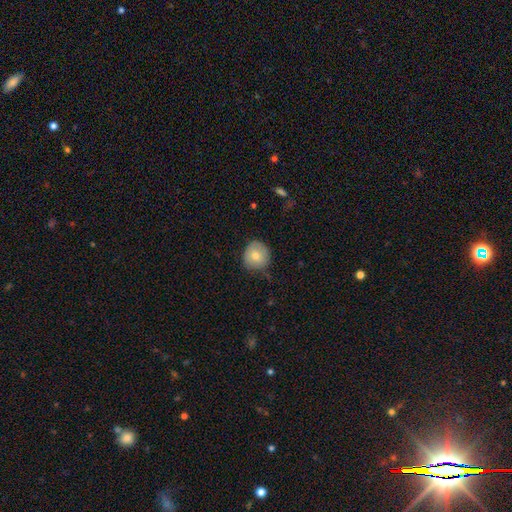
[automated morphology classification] Q: Smooth or featured?
A: smooth (76%); runner-up: featured or disk (16%)
Q: How rounded?
A: round (90%); runner-up: in between (9%)
Q: Merging?
A: none (69%); runner-up: minor disturbance (25%)